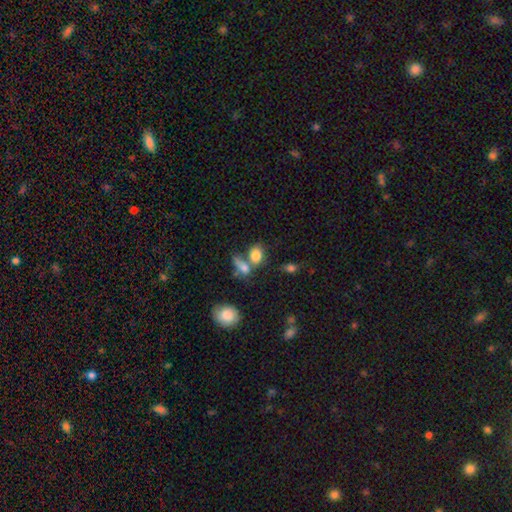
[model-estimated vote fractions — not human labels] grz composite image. It shows a smooth galaxy with no disk features (80%) that is in between round and cigar-shaped (68%). Merging: none (40%, tied with merger).